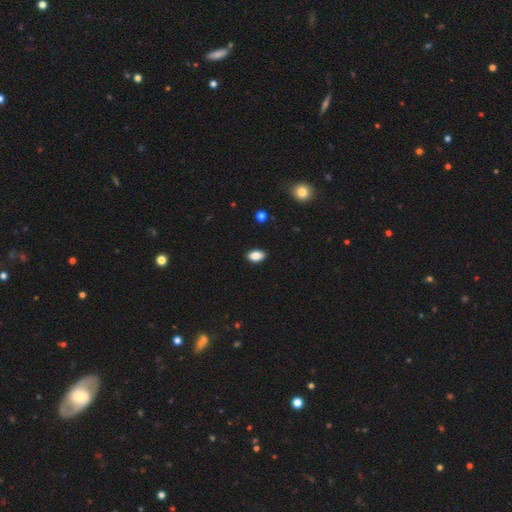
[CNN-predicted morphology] type=smooth (86%); roundness=in between (90%); merging=none (89%).